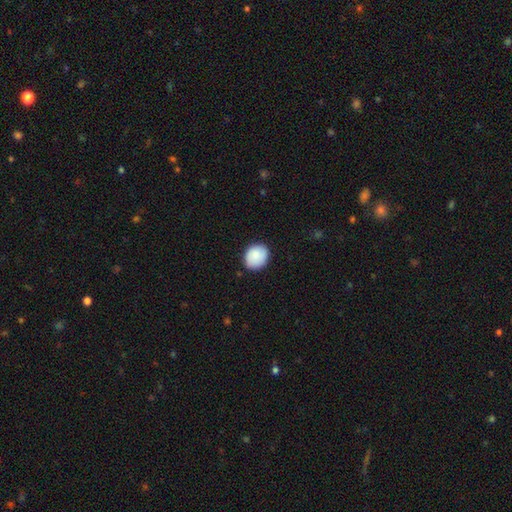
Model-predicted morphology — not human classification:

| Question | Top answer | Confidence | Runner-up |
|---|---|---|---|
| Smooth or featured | smooth | 85% | featured or disk (9%) |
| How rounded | round | 57% | in between (42%) |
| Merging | none | 84% | minor disturbance (13%) |